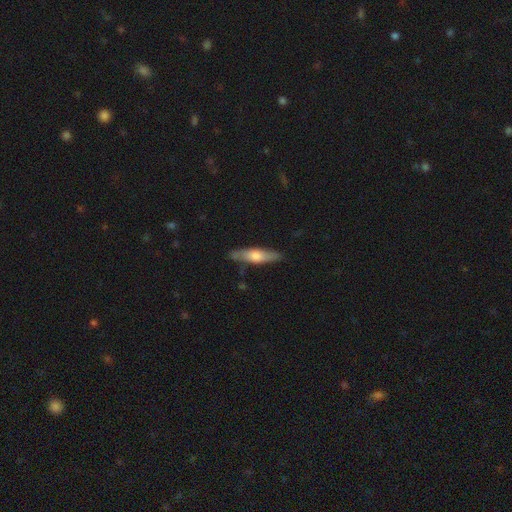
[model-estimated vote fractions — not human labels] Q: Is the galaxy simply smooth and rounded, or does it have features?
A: smooth — 53%.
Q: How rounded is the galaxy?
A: cigar-shaped — 74%.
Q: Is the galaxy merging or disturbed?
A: none — 83%.